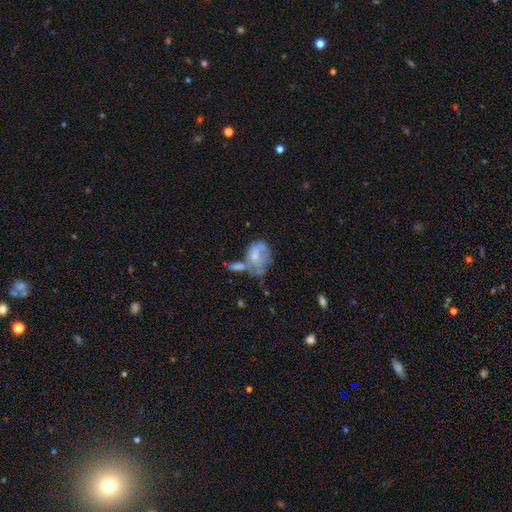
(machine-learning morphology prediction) Smooth or featured? smooth (46%)
Merging? merger (38%)